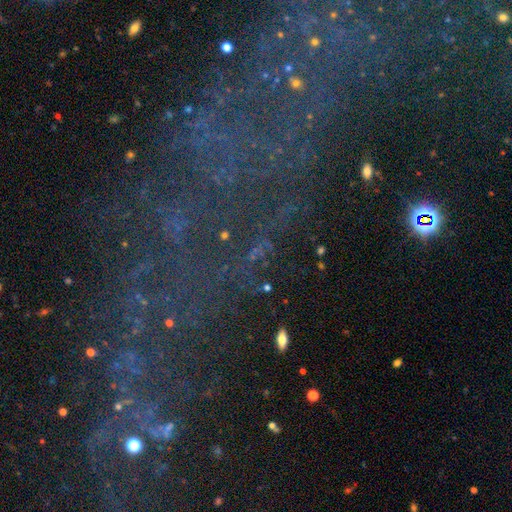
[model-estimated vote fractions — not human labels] Smooth or featured: star or artifact — 67% (featured or disk — 18%)